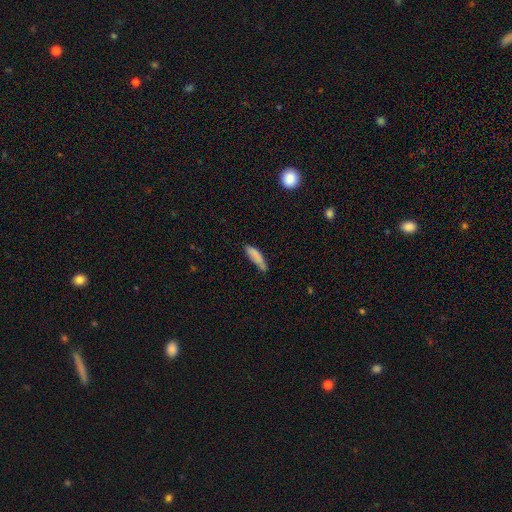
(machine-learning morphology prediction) Overall: smooth (83%). How rounded: cigar-shaped (67%; in between 31%). Merging: none (55%; minor disturbance 33%).